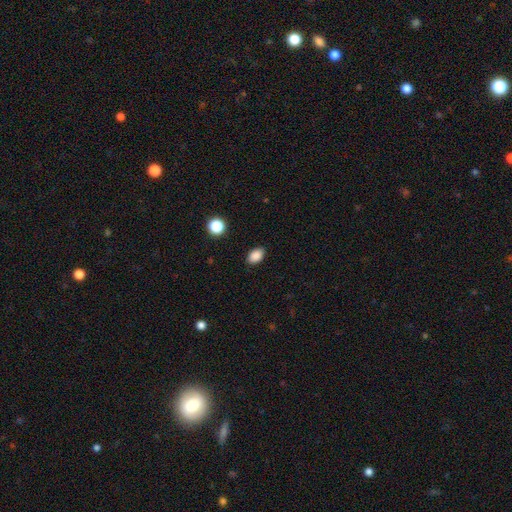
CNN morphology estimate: Smooth or featured?
  - smooth: 87% *
  - star or artifact: 9%
  - featured or disk: 3%
How rounded?
  - in between: 85% *
  - round: 13%
  - cigar-shaped: 1%
Merging?
  - none: 87% *
  - minor disturbance: 9%
  - major disturbance: 2%
  - merger: 1%